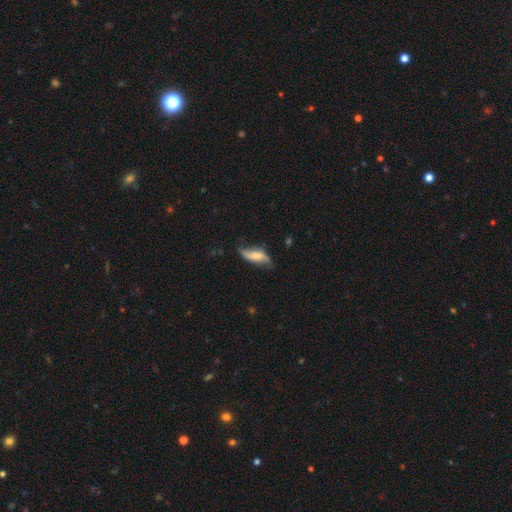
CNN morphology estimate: Smooth or featured: featured or disk — 55% (smooth — 37%)
Edge-on disk: no — 78% (yes — 22%)
Merging: none — 58% (minor disturbance — 27%)